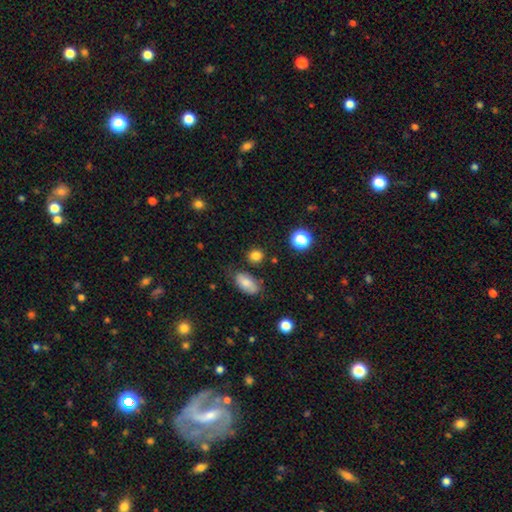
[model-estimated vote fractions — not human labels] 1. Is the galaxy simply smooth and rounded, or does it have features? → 81% smooth, 13% star or artifact, 6% featured or disk.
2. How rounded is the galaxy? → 68% round, 30% in between, 2% cigar-shaped.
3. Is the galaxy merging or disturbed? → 79% none, 12% minor disturbance, 5% merger, 4% major disturbance.